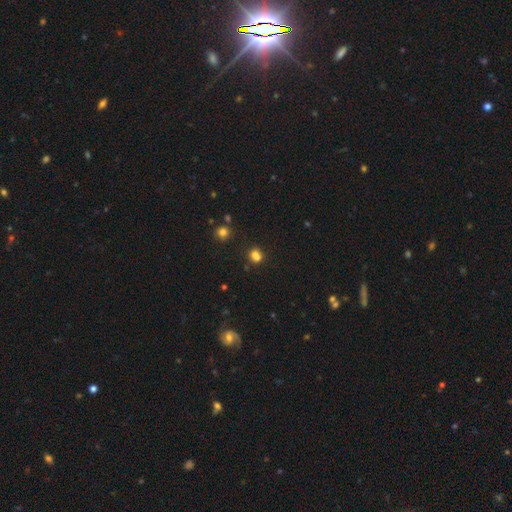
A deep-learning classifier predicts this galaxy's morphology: This appears to be a smooth galaxy with no disk features (75%) that is round (55%). Merging: none (60%).